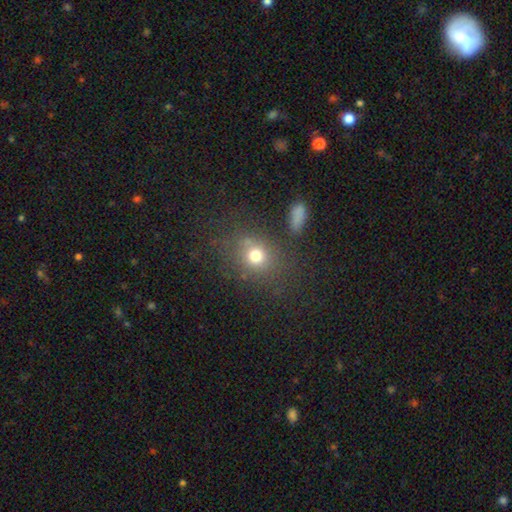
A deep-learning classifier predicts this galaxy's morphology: Smooth or featured?
  - smooth: 73% *
  - star or artifact: 17%
  - featured or disk: 10%
How rounded?
  - round: 69% *
  - in between: 29%
  - cigar-shaped: 2%
Merging?
  - none: 75% *
  - minor disturbance: 13%
  - major disturbance: 7%
  - merger: 6%